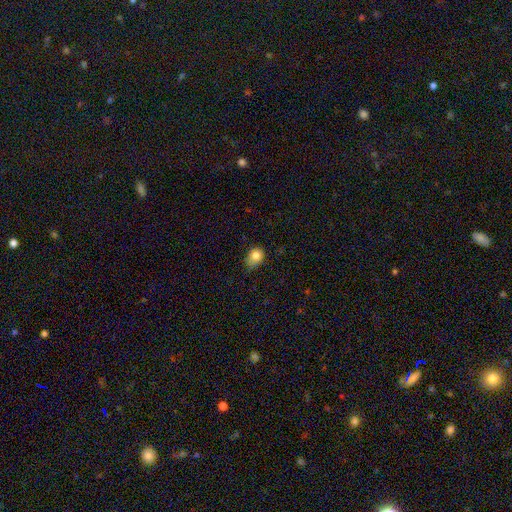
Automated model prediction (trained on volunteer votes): Q: Smooth or featured?
A: smooth (81%); runner-up: star or artifact (10%)
Q: How rounded?
A: round (51%); runner-up: in between (48%)
Q: Merging?
A: none (50%); runner-up: minor disturbance (39%)